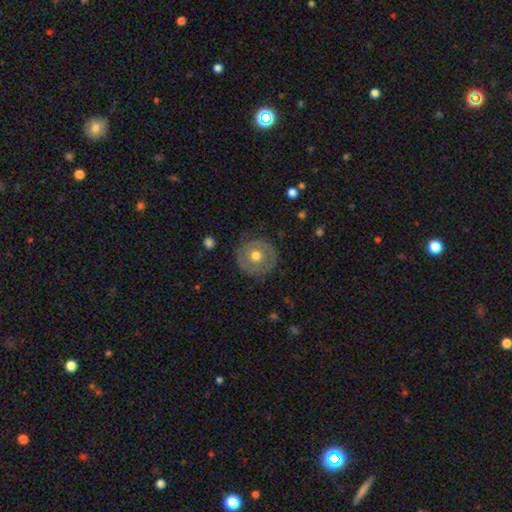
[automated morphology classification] Smooth or featured? featured or disk (48%)
Merging? none (83%)